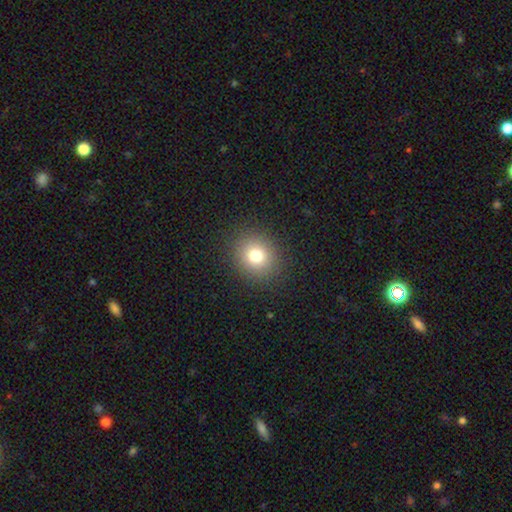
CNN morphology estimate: A smooth galaxy with no disk features (78%) that is round (84%). Merging: none (90%).